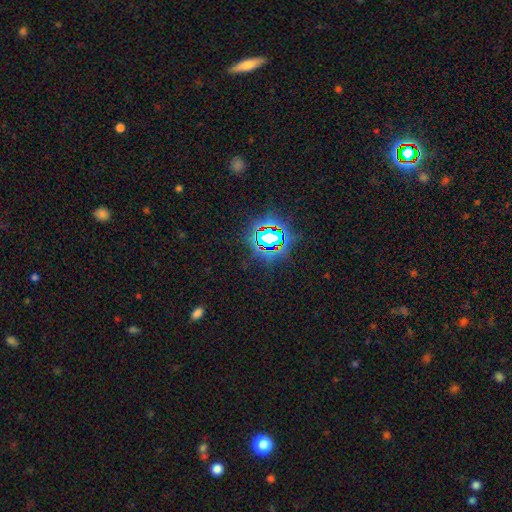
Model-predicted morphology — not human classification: type=star or artifact (78%).